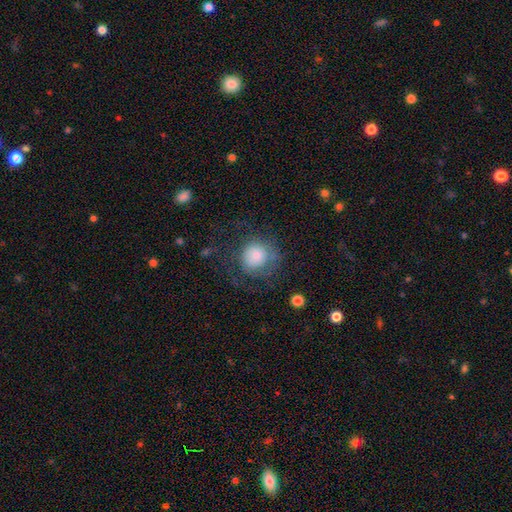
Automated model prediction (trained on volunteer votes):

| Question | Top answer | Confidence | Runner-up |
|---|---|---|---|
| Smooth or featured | smooth | 68% | featured or disk (23%) |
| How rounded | round | 88% | in between (11%) |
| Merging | none | 51% | major disturbance (28%) |